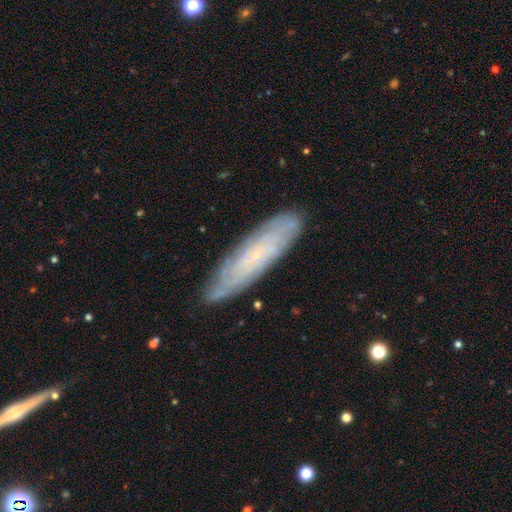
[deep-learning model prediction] Smooth or featured? featured or disk (57%)
Edge-on disk? no (65%)
Merging? none (84%)